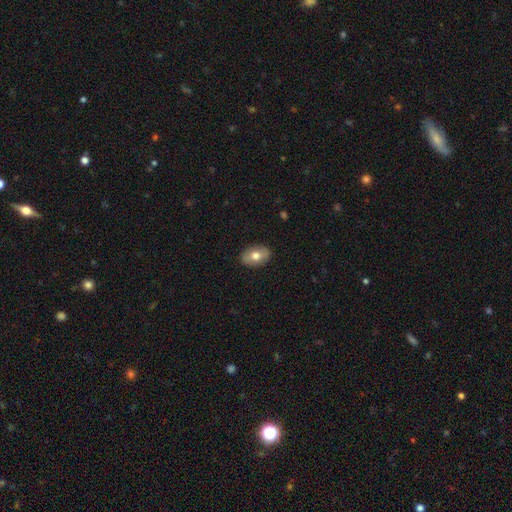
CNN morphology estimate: A smooth galaxy with no disk features (69%) that is in between round and cigar-shaped (87%).

Vote fractions:
- Smooth or featured? smooth: 69% / featured or disk: 24% / star or artifact: 7%
- How rounded? in between: 87% / round: 11% / cigar-shaped: 1%
- Merging? none: 88% / minor disturbance: 9% / major disturbance: 2% / merger: 1%